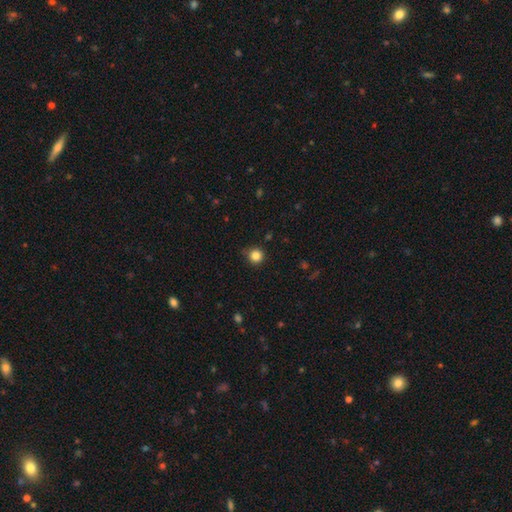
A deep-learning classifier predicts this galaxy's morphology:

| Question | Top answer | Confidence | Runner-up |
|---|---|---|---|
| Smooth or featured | smooth | 84% | star or artifact (12%) |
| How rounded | round | 94% | in between (5%) |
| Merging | none | 83% | minor disturbance (13%) |